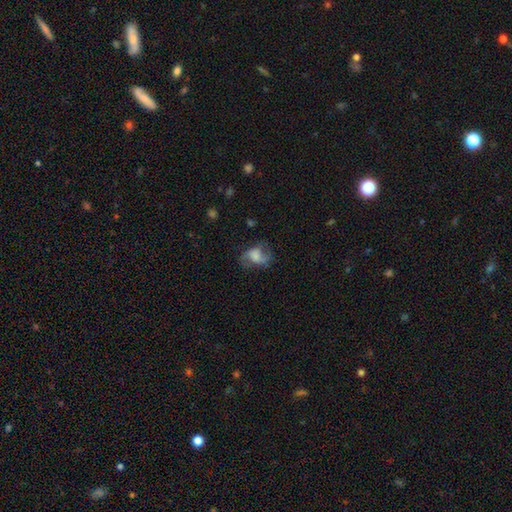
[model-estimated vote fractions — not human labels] Smooth or featured? featured or disk (52%)
Edge-on disk? no (97%)
Bar? no (61%)
Spiral arms? yes (82%)
Bulge size? none (33%)
Merging? none (52%)